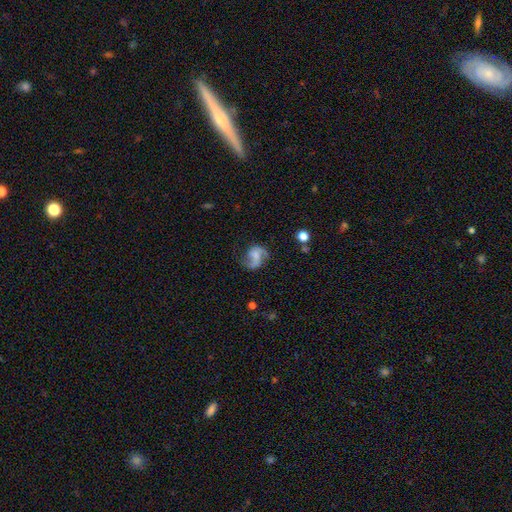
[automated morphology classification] A featured or disk galaxy (66%) with no bar (53%), 2 (72%) loose (52%) spiral arms (89%) and no central bulge (45%).

Vote fractions:
- Smooth or featured? featured or disk: 66% / smooth: 25% / star or artifact: 9%
- Edge-on disk? no: 98% / yes: 2%
- Bar? no: 53% / weak: 37% / strong: 10%
- Spiral arms? yes: 89% / no: 11%
- Spiral winding? loose: 52% / medium: 38% / tight: 11%
- Spiral arm count? 2: 72% / 1: 18% / can't tell: 6% / 3: 2% / 4: 1% / more than 4: 1%
- Bulge size? none: 45% / small: 27% / moderate: 19% / large: 7% / dominant: 2%
- Merging? none: 49% / major disturbance: 24% / minor disturbance: 23% / merger: 4%